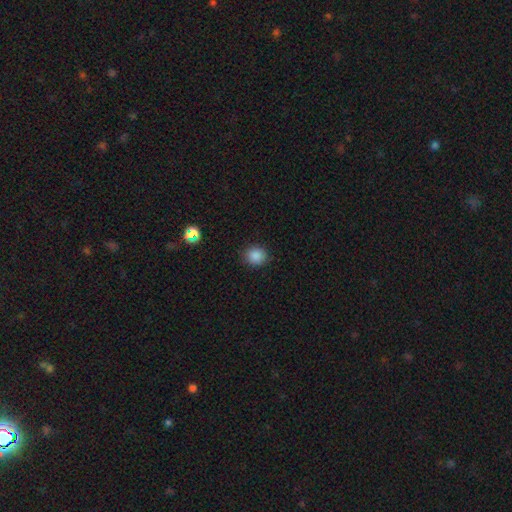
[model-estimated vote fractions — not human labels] A smooth galaxy with no disk features (86%) that is round (81%). Merging: none (88%).